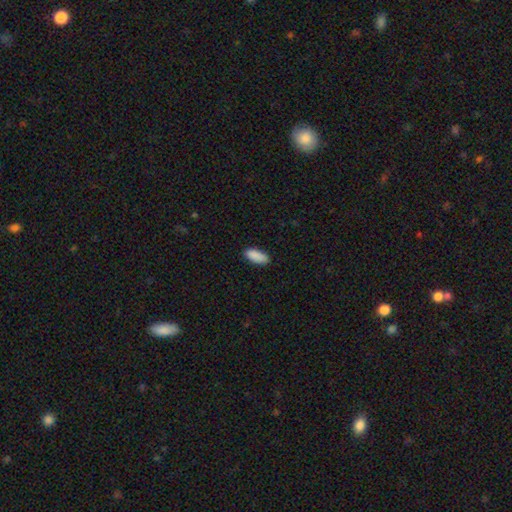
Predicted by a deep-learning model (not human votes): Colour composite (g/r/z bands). It shows a smooth galaxy with no disk features (90%) that is in between round and cigar-shaped (82%). Merging: none (86%).